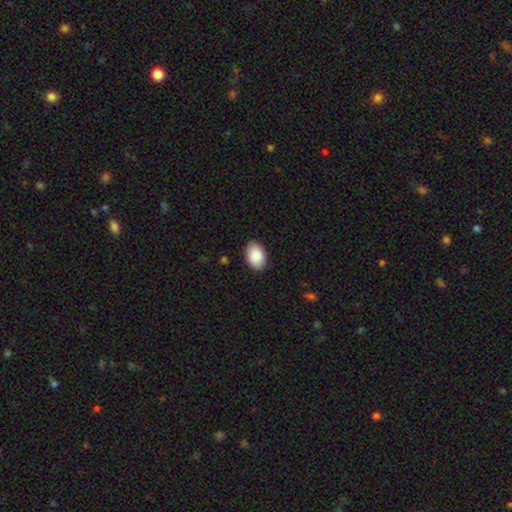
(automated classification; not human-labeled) Q: Smooth or featured?
A: smooth (90%); runner-up: star or artifact (6%)
Q: How rounded?
A: in between (88%); runner-up: round (11%)
Q: Merging?
A: none (88%); runner-up: minor disturbance (9%)